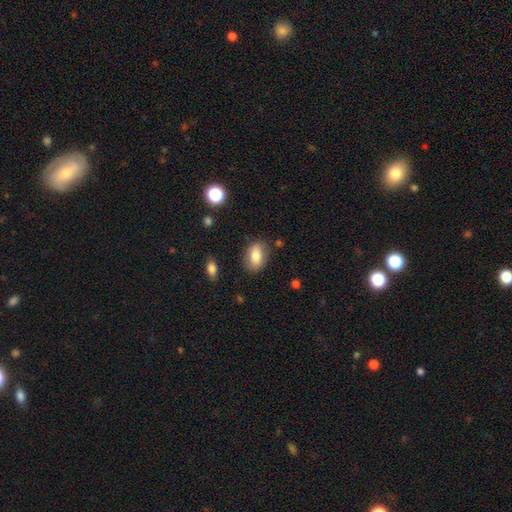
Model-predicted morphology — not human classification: smooth_or_featured: smooth (p=0.80) [alt: featured or disk p=0.12]
how_rounded: in between (p=0.86) [alt: round p=0.12]
merging: none (p=0.81) [alt: minor disturbance p=0.13]